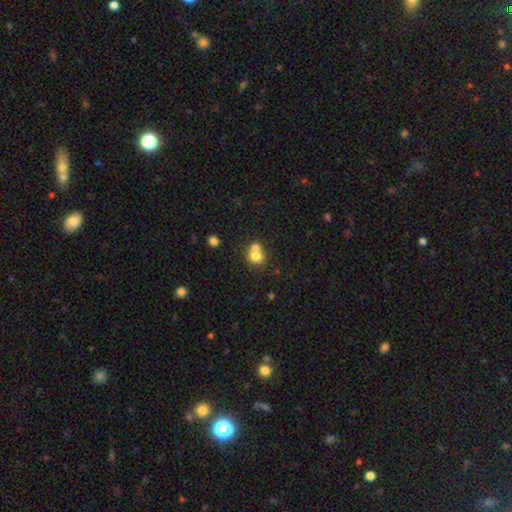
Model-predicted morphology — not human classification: Overall: smooth (75%). How rounded: round (76%). Merging: merger (53%; none 37%).